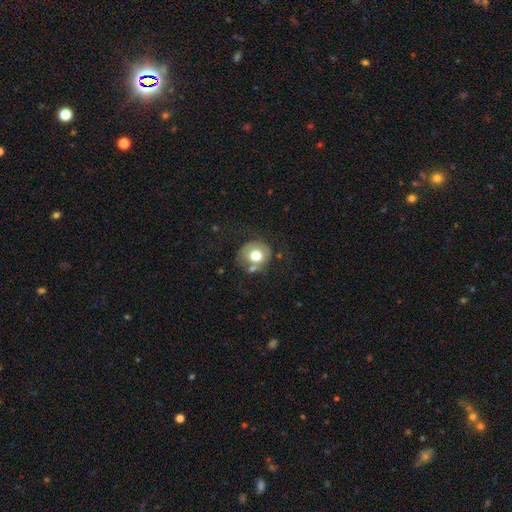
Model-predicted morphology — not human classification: A smooth galaxy with no disk features (67%) that is round (76%). Merging: none (54%).